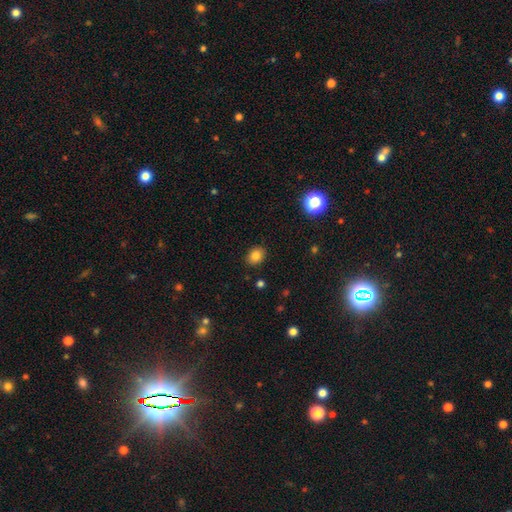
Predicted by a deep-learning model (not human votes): Morphology: type=smooth (83%); roundness=in between (53%); merging=none (88%).